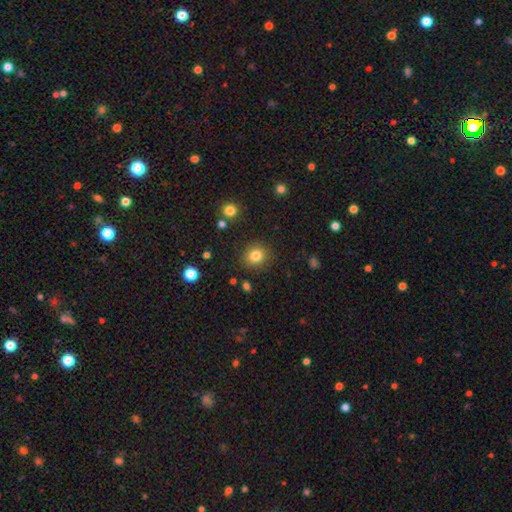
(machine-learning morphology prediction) Smooth or featured? smooth (82%)
How rounded? round (80%)
Merging? none (87%)